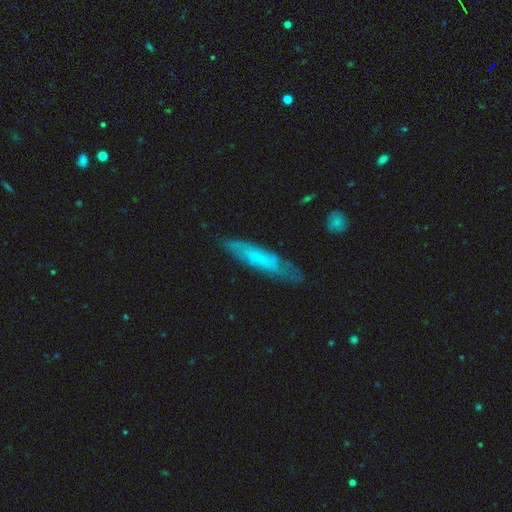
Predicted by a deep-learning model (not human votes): Smooth or featured? featured or disk (46%)
Merging? none (79%)